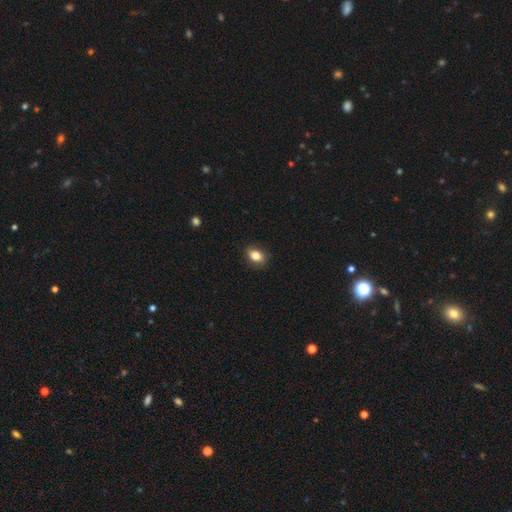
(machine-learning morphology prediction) Smooth or featured?
  - smooth: 81% *
  - featured or disk: 10%
  - star or artifact: 9%
How rounded?
  - in between: 75% *
  - round: 24%
  - cigar-shaped: 2%
Merging?
  - none: 85% *
  - minor disturbance: 12%
  - major disturbance: 2%
  - merger: 1%